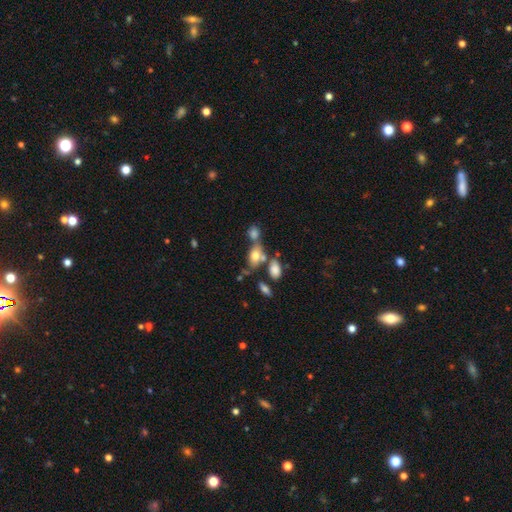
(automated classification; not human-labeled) smooth_or_featured: smooth (p=0.69) [alt: featured or disk p=0.21]
how_rounded: in between (p=0.78) [alt: round p=0.17]
merging: none (p=0.41) [alt: merger p=0.37]